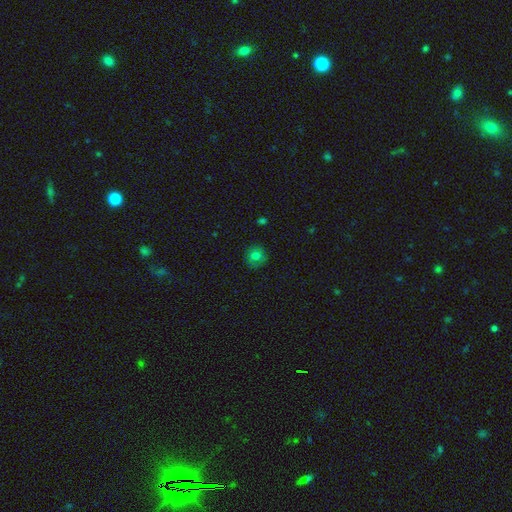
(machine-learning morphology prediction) Overall: smooth (77%). How rounded: round (91%). Merging: none (87%).